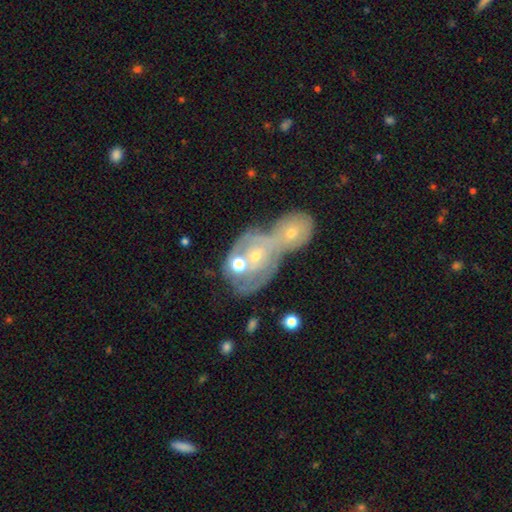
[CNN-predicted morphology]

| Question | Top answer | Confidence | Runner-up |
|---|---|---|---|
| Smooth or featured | featured or disk | 66% | smooth (21%) |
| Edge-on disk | no | 93% | yes (7%) |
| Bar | no | 74% | weak (19%) |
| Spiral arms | yes | 67% | no (33%) |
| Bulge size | moderate | 52% | small (39%) |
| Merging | merger | 69% | none (19%) |